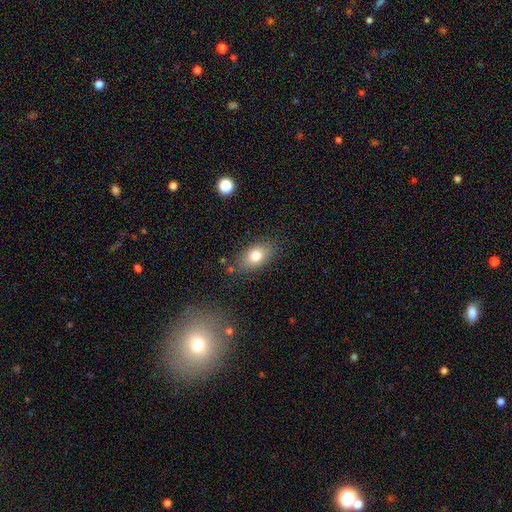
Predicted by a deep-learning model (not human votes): Smooth or featured? smooth (77%)
How rounded? in between (85%)
Merging? none (81%)